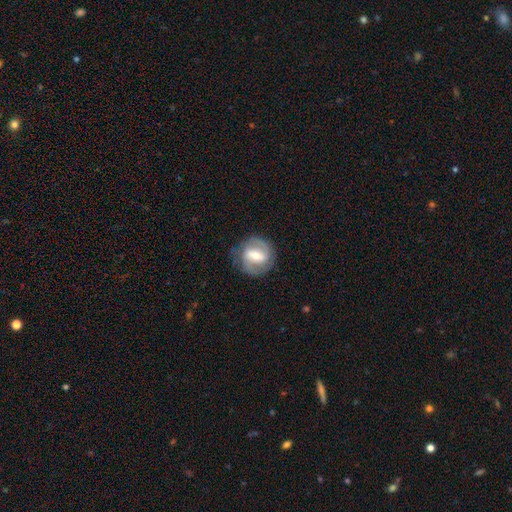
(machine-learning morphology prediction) smooth-or-featured: featured or disk: 72% | smooth: 22% | star or artifact: 6%
  disk-edge-on: no: 96% | yes: 4%
    bar: strong: 43% (tied) | weak: 43% (tied) | no: 15%
    has-spiral-arms: yes: 80% | no: 20%
      spiral-winding: medium: 42% (tied) | tight: 42% (tied) | loose: 16%
      spiral-arm-count: 2: 81% | can't tell: 12% | 1: 3% | 3: 2% | 4: 1% | more than 4: 1%
    bulge-size: moderate: 59% | small: 34% | large: 5% | none: 1% | dominant: 1%
  merging: none: 80% | minor disturbance: 14% | major disturbance: 6% | merger: 1%